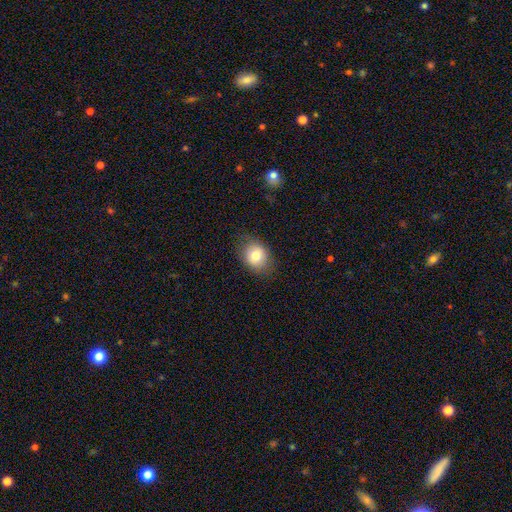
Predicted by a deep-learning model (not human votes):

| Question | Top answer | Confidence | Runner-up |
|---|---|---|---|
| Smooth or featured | smooth | 77% | featured or disk (13%) |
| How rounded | in between | 51% | round (48%) |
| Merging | none | 80% | minor disturbance (15%) |